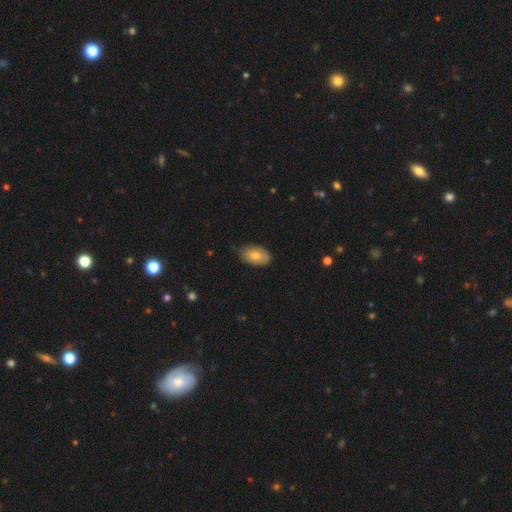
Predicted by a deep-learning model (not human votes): This is likely a smooth galaxy (74%). How rounded: clearly in between (92%). Merging: likely none (65%).